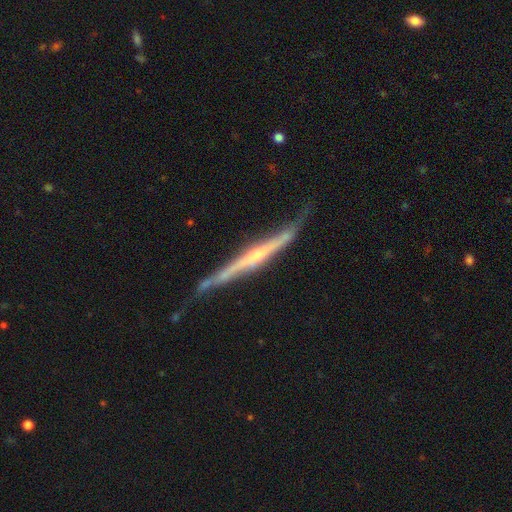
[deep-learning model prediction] smooth-or-featured: featured or disk: 80% | smooth: 15% | star or artifact: 5%
  disk-edge-on: yes: 94% | no: 6%
    edge-on-bulge: rounded: 50% | none: 40% | boxy: 10%
  merging: none: 60% | minor disturbance: 29% | major disturbance: 7% | merger: 4%